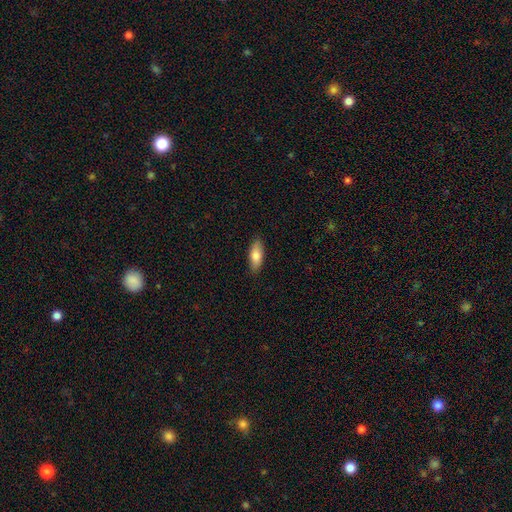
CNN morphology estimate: type=smooth (80%); roundness=in between (75%); merging=none (87%).